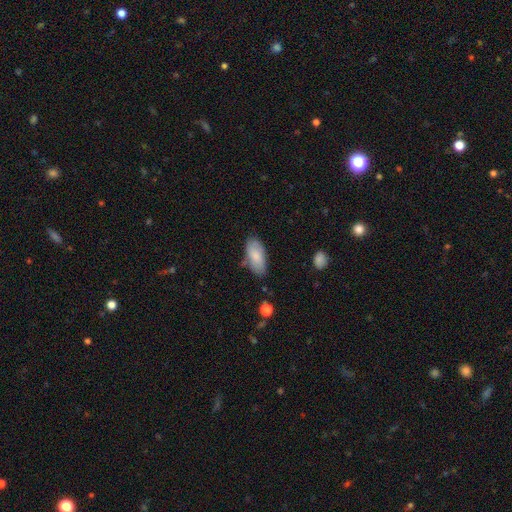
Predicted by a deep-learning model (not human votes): smooth_or_featured: smooth (p=0.81) [alt: featured or disk p=0.13]
how_rounded: in between (p=0.90) [alt: cigar-shaped p=0.08]
merging: none (p=0.72) [alt: minor disturbance p=0.20]